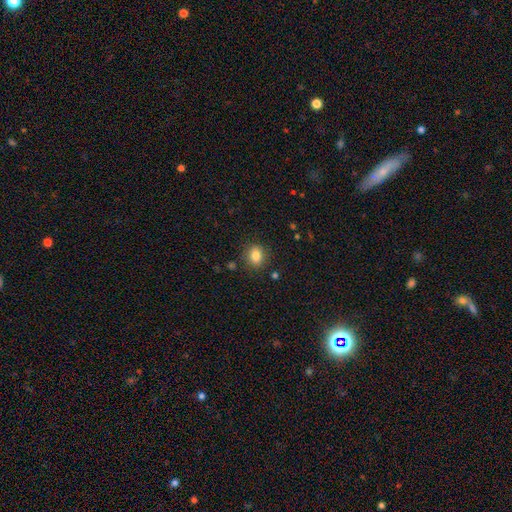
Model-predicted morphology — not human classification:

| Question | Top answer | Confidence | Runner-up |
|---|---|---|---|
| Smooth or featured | smooth | 83% | star or artifact (11%) |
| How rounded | round | 65% | in between (34%) |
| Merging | none | 87% | minor disturbance (9%) |